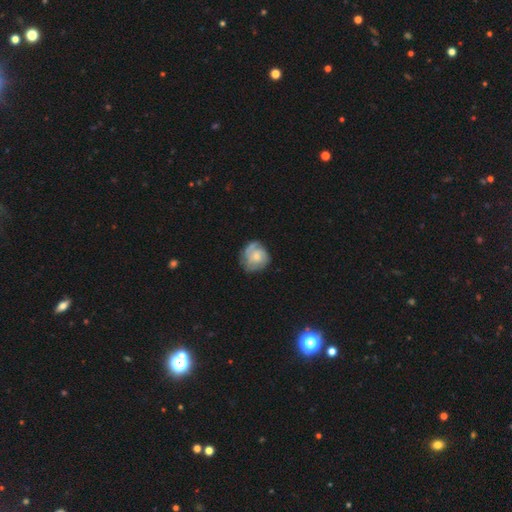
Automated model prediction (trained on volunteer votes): Morphology: type=featured or disk (56%); edge-on=no (97%); bar=no (78%); spiral arms=yes (80%); bulge=small (51%); merging=none (64%).